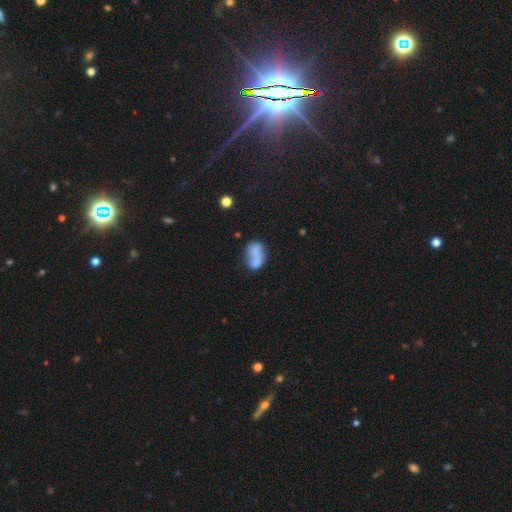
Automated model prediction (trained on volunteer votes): Smooth or featured: smooth — 69% (featured or disk — 21%)
How rounded: in between — 79% (round — 19%)
Merging: merger — 49% (none — 26%)